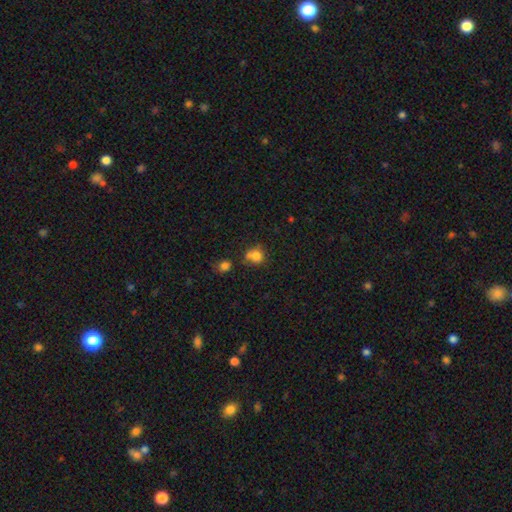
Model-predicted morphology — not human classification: This appears to be a smooth galaxy with no disk features (77%) that is round (68%). Merging: none (42%).